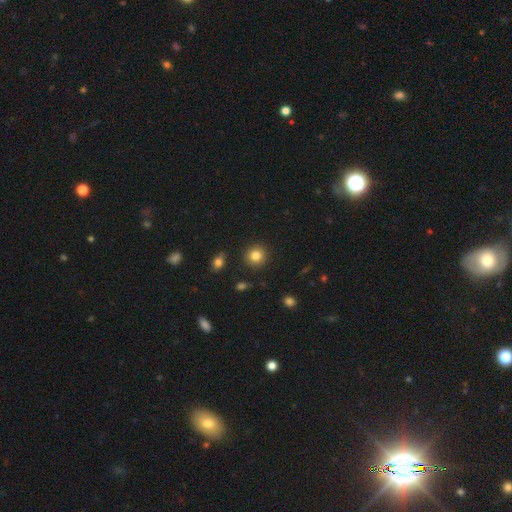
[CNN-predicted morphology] smooth-or-featured: smooth: 84% | star or artifact: 10% | featured or disk: 6%
  how-rounded: round: 91% | in between: 8% | cigar-shaped: 1%
  merging: none: 90% | minor disturbance: 6% | major disturbance: 2% | merger: 2%